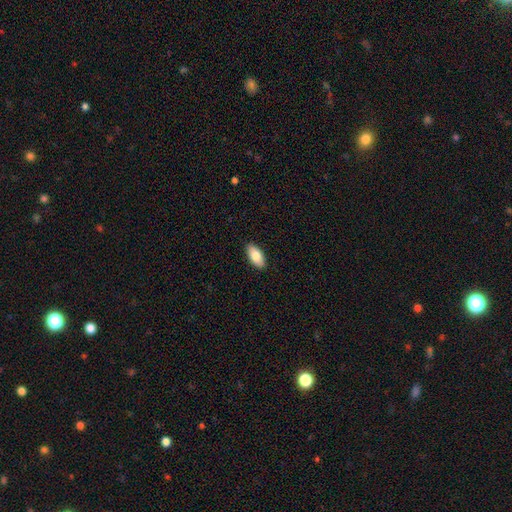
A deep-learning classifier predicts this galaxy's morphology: smooth_or_featured: smooth (p=0.82) [alt: featured or disk p=0.12]
how_rounded: in between (p=0.92) [alt: cigar-shaped p=0.06]
merging: none (p=0.90) [alt: minor disturbance p=0.07]